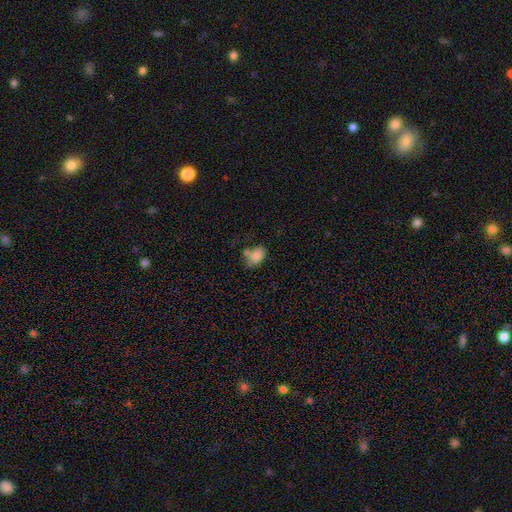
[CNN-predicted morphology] smooth_or_featured: smooth (p=0.83) [alt: star or artifact p=0.09]
how_rounded: in between (p=0.85) [alt: round p=0.14]
merging: none (p=0.51) [alt: minor disturbance p=0.21]